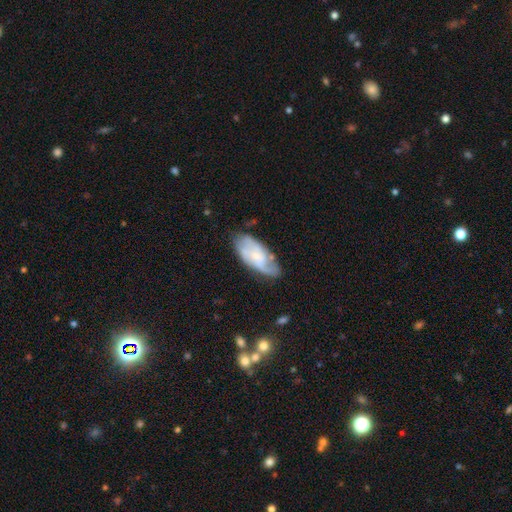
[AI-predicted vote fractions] Smooth or featured? Predicted: featured or disk (p=0.62). Edge-on disk? Predicted: no (p=0.93). Bar? Predicted: no (p=0.65). Spiral arms? Predicted: yes (p=0.86). Bulge size? Predicted: small (p=0.60). Merging? Predicted: none (p=0.65).